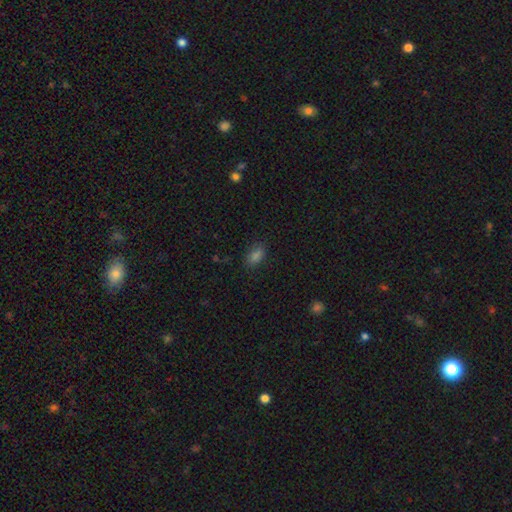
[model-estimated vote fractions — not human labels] Smooth or featured?
  - smooth: 77% *
  - star or artifact: 17%
  - featured or disk: 6%
How rounded?
  - in between: 86% *
  - round: 9%
  - cigar-shaped: 5%
Merging?
  - none: 82% *
  - minor disturbance: 13%
  - major disturbance: 3%
  - merger: 2%